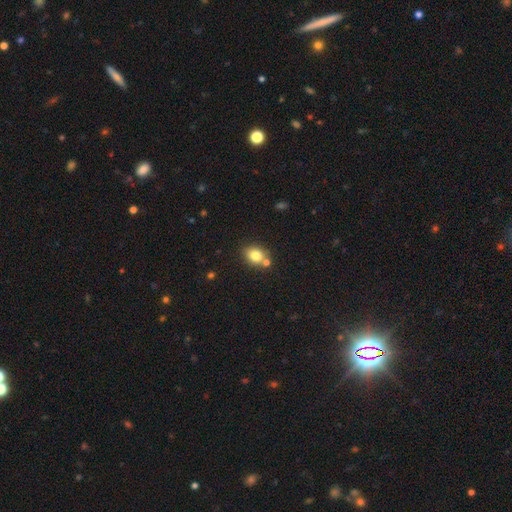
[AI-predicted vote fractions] smooth_or_featured: smooth (p=0.80) [alt: star or artifact p=0.10]
how_rounded: in between (p=0.52) [alt: round p=0.47]
merging: none (p=0.66) [alt: merger p=0.19]